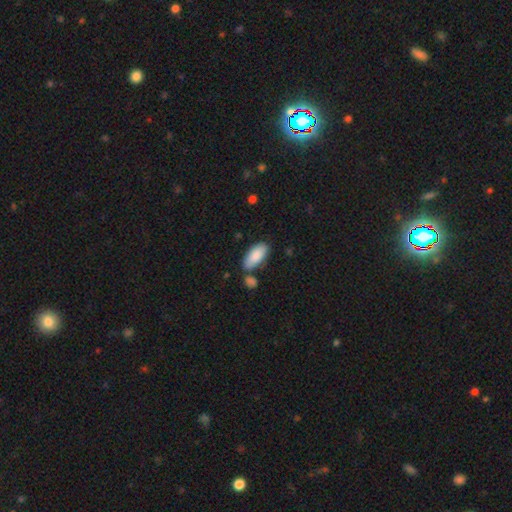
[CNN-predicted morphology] Smooth or featured? smooth (87%)
How rounded? in between (90%)
Merging? none (69%)